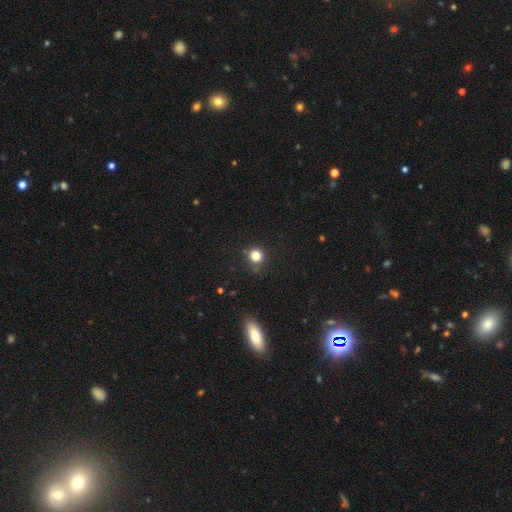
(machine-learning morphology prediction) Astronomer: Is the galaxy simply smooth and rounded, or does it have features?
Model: smooth — 80%.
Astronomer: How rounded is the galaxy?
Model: round — 92%.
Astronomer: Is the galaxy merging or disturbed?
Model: none — 81%.